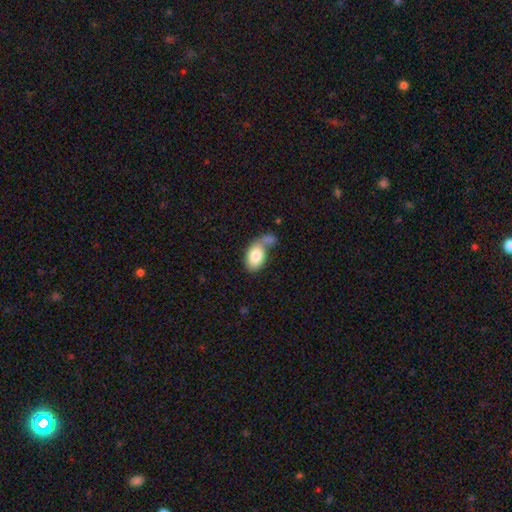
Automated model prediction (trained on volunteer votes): The model was most divided on "merging": merger: 38%, none: 31%, minor disturbance: 17%, major disturbance: 15%. More confident: how rounded — in between (90%); smooth or featured — smooth (82%).